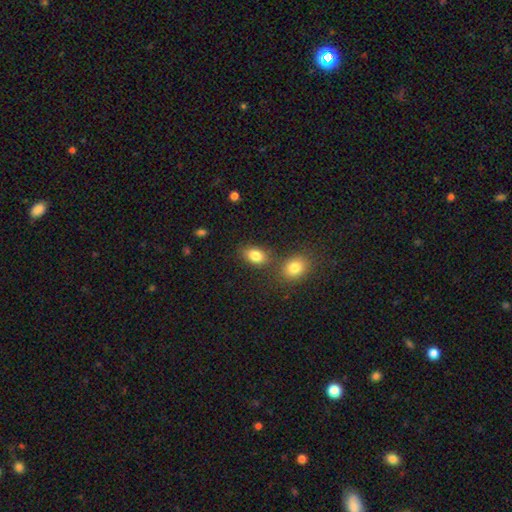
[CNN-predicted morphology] Smooth or featured?
  - smooth: 83% *
  - star or artifact: 10%
  - featured or disk: 7%
How rounded?
  - in between: 82% *
  - round: 16%
  - cigar-shaped: 2%
Merging?
  - none: 68% *
  - merger: 16%
  - minor disturbance: 12%
  - major disturbance: 4%